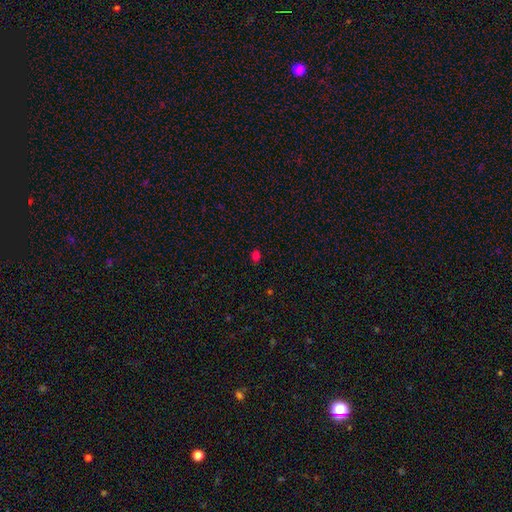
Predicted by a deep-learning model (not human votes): This appears to be a smooth galaxy with no disk features (72%) that is in between round and cigar-shaped (59%). Merging: none (85%).